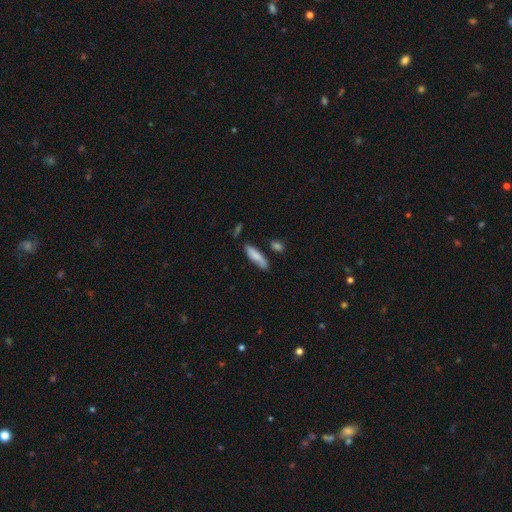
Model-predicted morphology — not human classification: The model was most divided on "how rounded": cigar-shaped: 59%, in between: 39%, round: 2%. More confident: smooth or featured — smooth (77%); merging — none (69%).